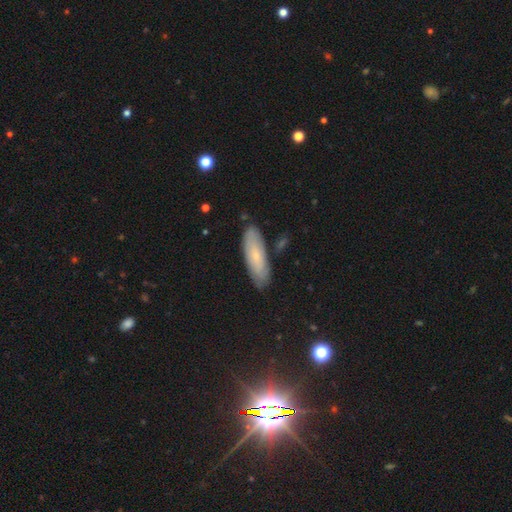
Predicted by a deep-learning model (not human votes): smooth-or-featured: smooth: 59% | featured or disk: 33% | star or artifact: 8%
  how-rounded: cigar-shaped: 49% (tied) | in between: 49% (tied) | round: 2%
  merging: none: 82% | minor disturbance: 14% | major disturbance: 2% | merger: 2%